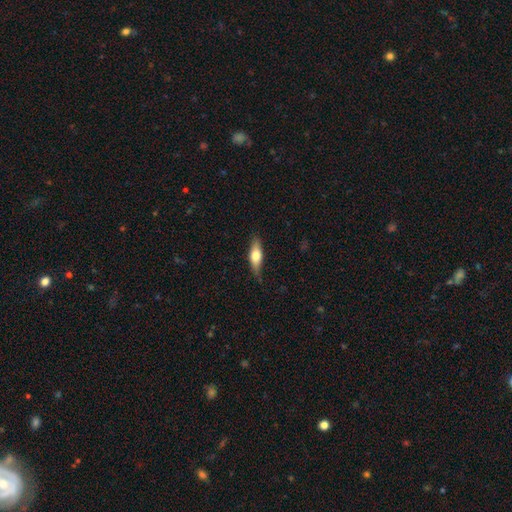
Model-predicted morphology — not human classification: Smooth or featured: smooth — 62% (featured or disk — 32%)
How rounded: in between — 58% (cigar-shaped — 39%)
Merging: none — 80% (minor disturbance — 16%)